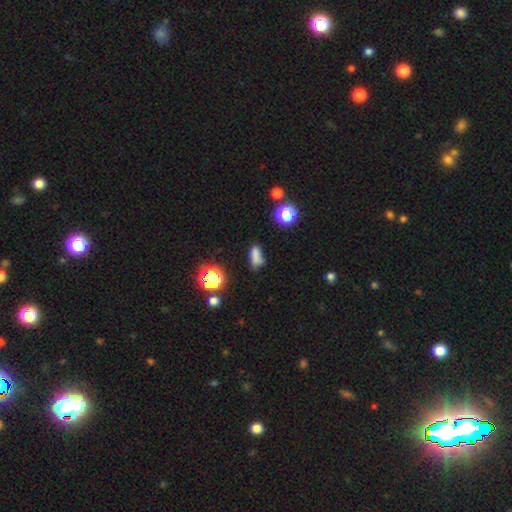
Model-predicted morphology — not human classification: Smooth or featured? smooth (72%)
How rounded? in between (70%)
Merging? none (53%)